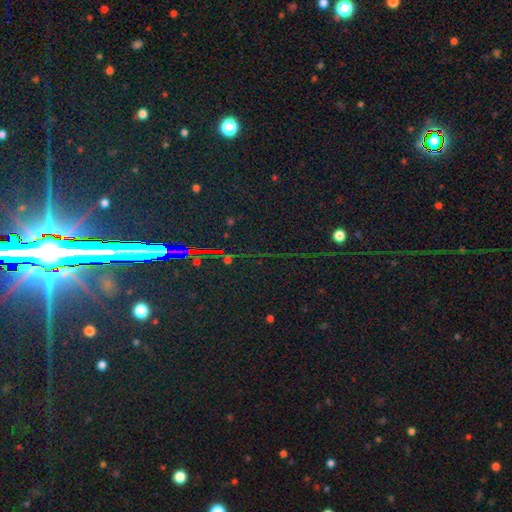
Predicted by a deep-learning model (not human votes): Smooth or featured: star or artifact — 80% (smooth — 10%)